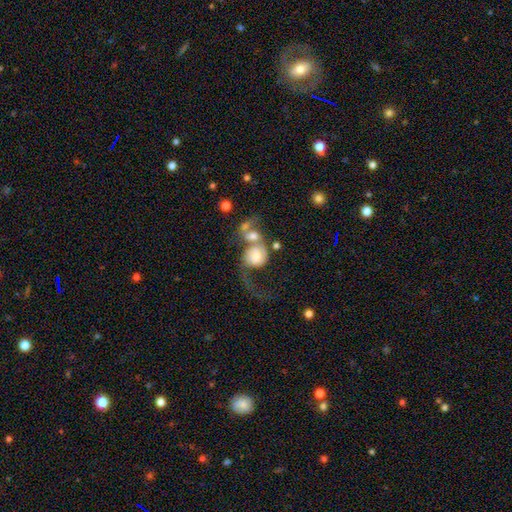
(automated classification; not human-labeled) Smooth or featured?
  - featured or disk: 56% *
  - smooth: 36%
  - star or artifact: 8%
Edge-on disk?
  - no: 97% *
  - yes: 3%
Bar?
  - no: 72% *
  - weak: 23%
  - strong: 5%
Spiral arms?
  - yes: 81% *
  - no: 19%
Bulge size?
  - moderate: 32% *
  - small: 23%
  - large: 22%
  - none: 14%
  - dominant: 9%
Merging?
  - merger: 64% *
  - major disturbance: 18%
  - none: 12%
  - minor disturbance: 7%